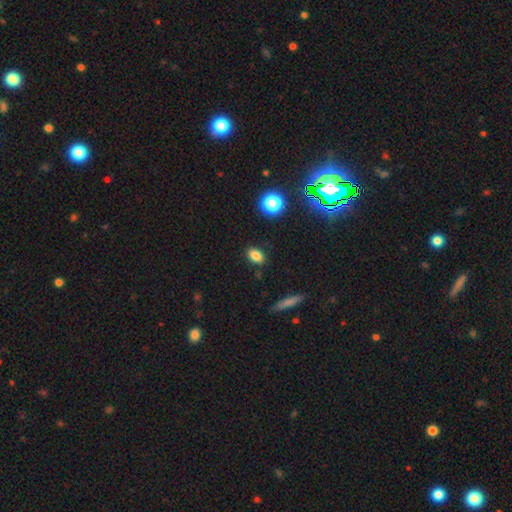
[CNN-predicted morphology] smooth_or_featured: smooth (p=0.81) [alt: star or artifact p=0.12]
how_rounded: in between (p=0.80) [alt: round p=0.18]
merging: none (p=0.86) [alt: minor disturbance p=0.09]